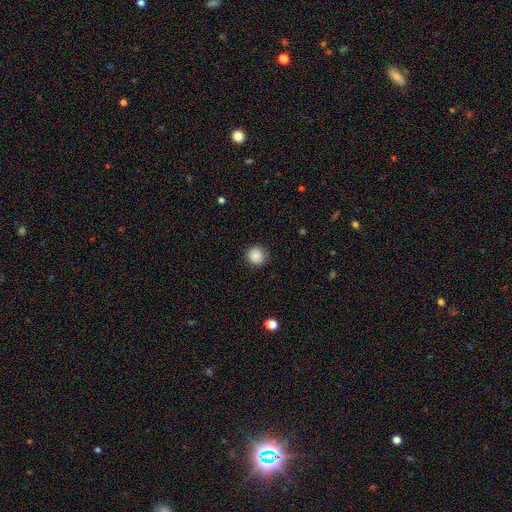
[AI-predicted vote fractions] Q: Smooth or featured?
A: smooth (87%); runner-up: star or artifact (9%)
Q: How rounded?
A: round (92%); runner-up: in between (7%)
Q: Merging?
A: none (85%); runner-up: minor disturbance (11%)